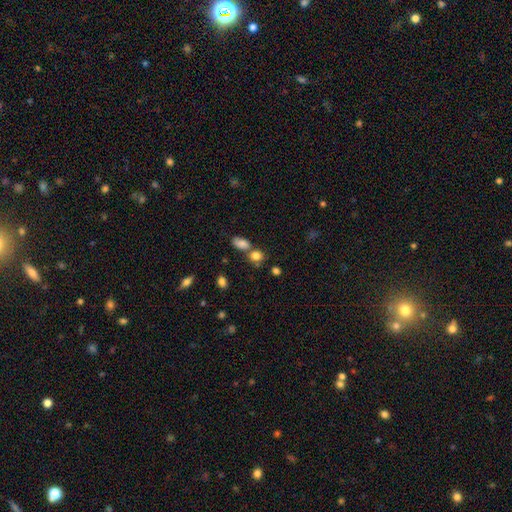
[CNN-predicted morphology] type=smooth (81%); roundness=round (60%); merging=none (52%).